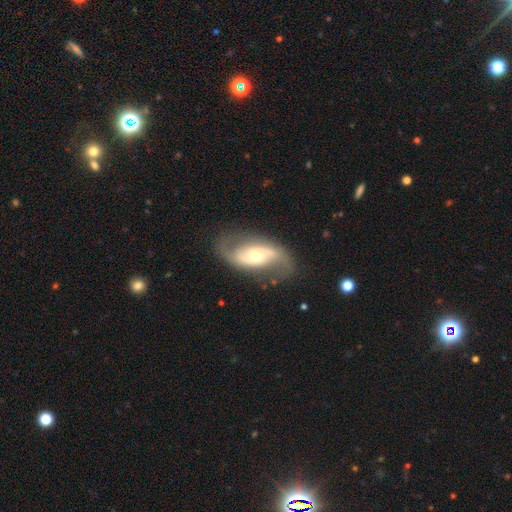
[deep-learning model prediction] A featured or disk galaxy (83%) with no bar (48%), 2 (91%) loose (55%) spiral arms (91%) and a moderate central bulge (53%). Merging: none (76%).